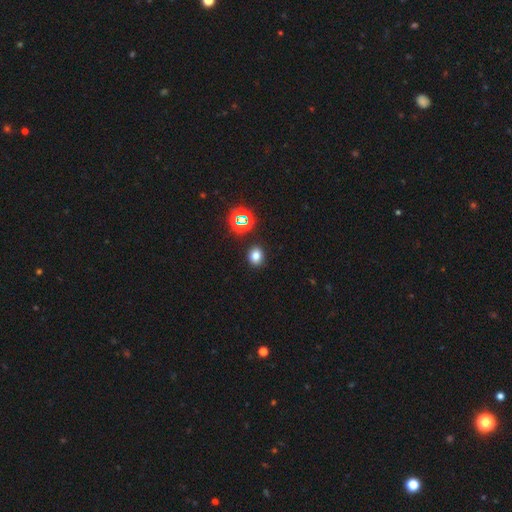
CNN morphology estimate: This is likely a smooth galaxy (75%). How rounded: possibly round (58%). Merging: clearly none (88%).